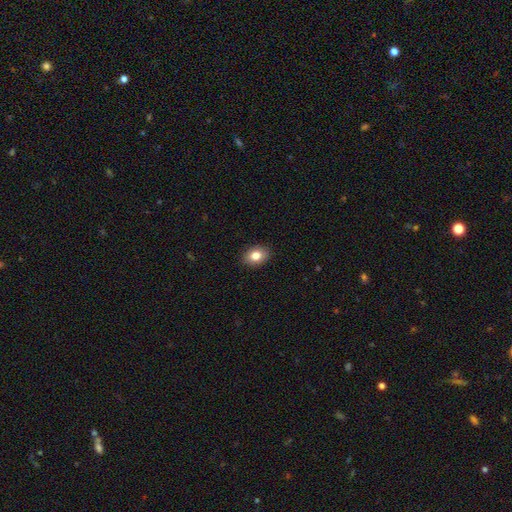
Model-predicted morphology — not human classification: Q: Smooth or featured?
A: smooth (82%); runner-up: featured or disk (9%)
Q: How rounded?
A: in between (75%); runner-up: round (24%)
Q: Merging?
A: none (89%); runner-up: minor disturbance (8%)